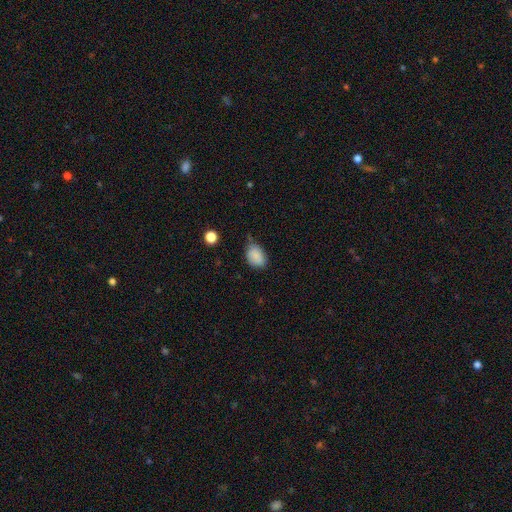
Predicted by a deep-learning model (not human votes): Smooth or featured? smooth (87%)
How rounded? in between (80%)
Merging? none (55%)